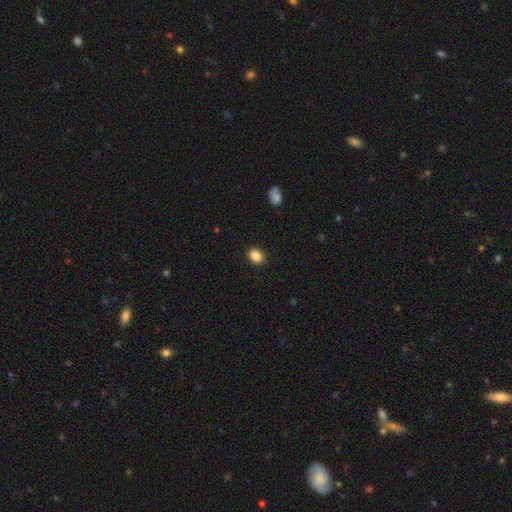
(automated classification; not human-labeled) Smooth or featured?
  - smooth: 86% *
  - star or artifact: 9%
  - featured or disk: 5%
How rounded?
  - in between: 74% *
  - round: 25%
  - cigar-shaped: 1%
Merging?
  - none: 90% *
  - minor disturbance: 7%
  - major disturbance: 2%
  - merger: 1%